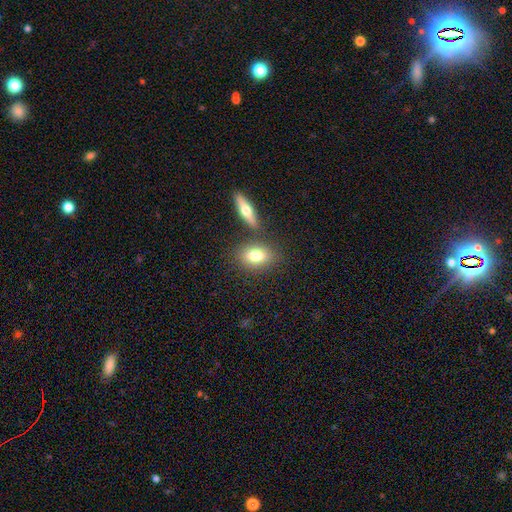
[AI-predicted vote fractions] Smooth or featured?
  - smooth: 76% *
  - featured or disk: 17%
  - star or artifact: 8%
How rounded?
  - in between: 77% *
  - round: 19%
  - cigar-shaped: 4%
Merging?
  - none: 70% *
  - merger: 15%
  - minor disturbance: 11%
  - major disturbance: 3%